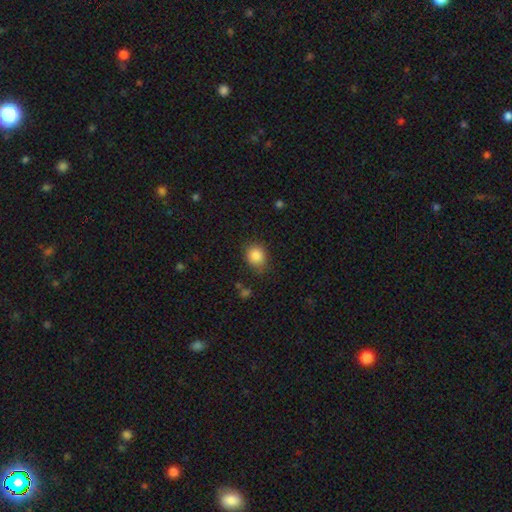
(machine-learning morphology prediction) Smooth or featured?
  - smooth: 86% *
  - star or artifact: 9%
  - featured or disk: 5%
How rounded?
  - round: 68% *
  - in between: 31%
  - cigar-shaped: 1%
Merging?
  - none: 78% *
  - minor disturbance: 17%
  - major disturbance: 4%
  - merger: 2%